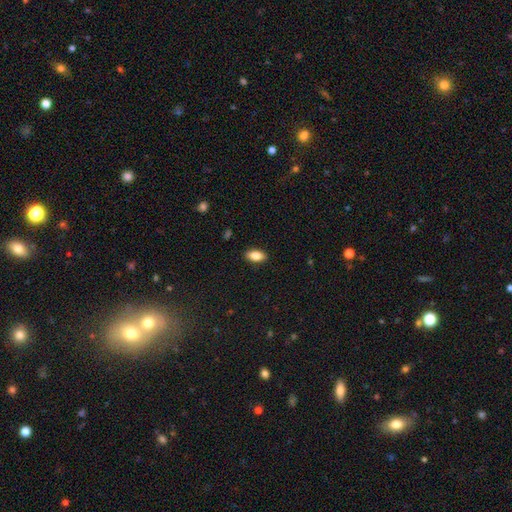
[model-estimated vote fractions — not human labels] Overall: smooth (84%). How rounded: in between (91%). Merging: none (89%).